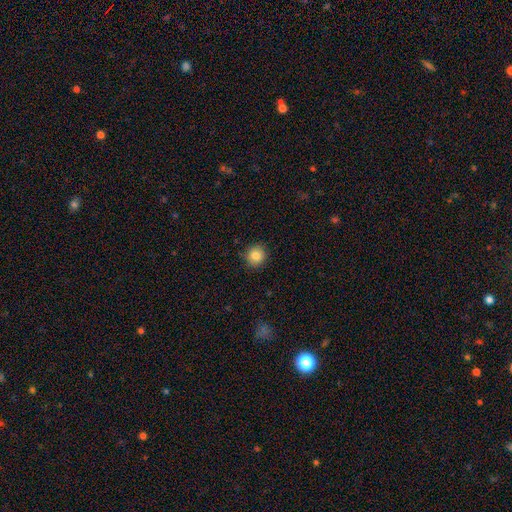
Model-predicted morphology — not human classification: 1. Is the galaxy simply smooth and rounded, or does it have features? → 85% smooth, 10% star or artifact, 5% featured or disk.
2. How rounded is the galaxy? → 91% round, 8% in between, 1% cigar-shaped.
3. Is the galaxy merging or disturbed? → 90% none, 7% minor disturbance, 2% major disturbance, 1% merger.